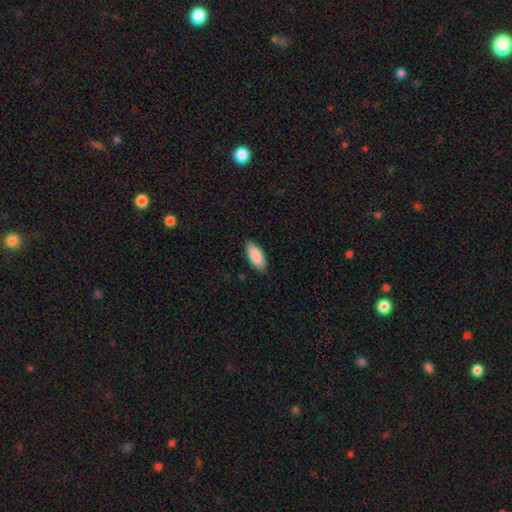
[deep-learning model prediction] Overall: smooth (89%). How rounded: in between (87%). Merging: none (83%).